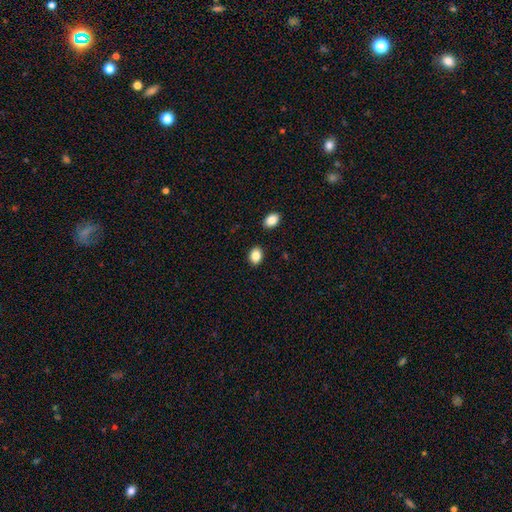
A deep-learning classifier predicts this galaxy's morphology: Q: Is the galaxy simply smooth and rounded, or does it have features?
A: smooth — 86%.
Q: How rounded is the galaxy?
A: in between — 71%.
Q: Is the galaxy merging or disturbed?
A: none — 87%.